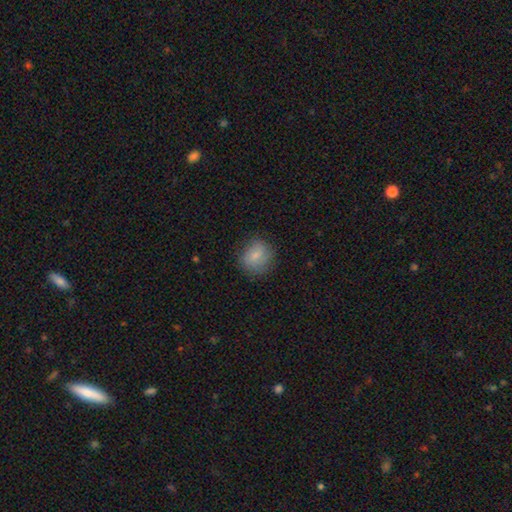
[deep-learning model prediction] Morphology: type=smooth (81%); roundness=round (72%); merging=none (76%).